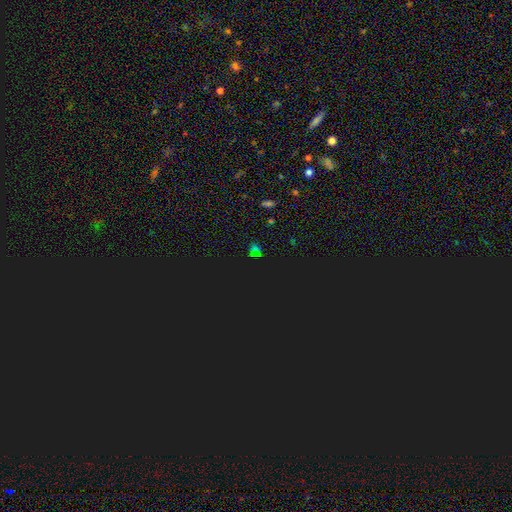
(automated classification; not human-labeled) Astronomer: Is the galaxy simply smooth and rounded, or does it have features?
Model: star or artifact — 74%.